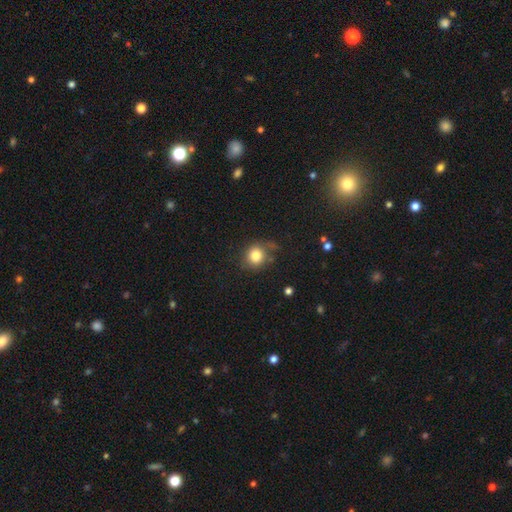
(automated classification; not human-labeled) Q: Smooth or featured?
A: smooth (82%); runner-up: star or artifact (10%)
Q: How rounded?
A: round (81%); runner-up: in between (18%)
Q: Merging?
A: none (69%); runner-up: minor disturbance (20%)